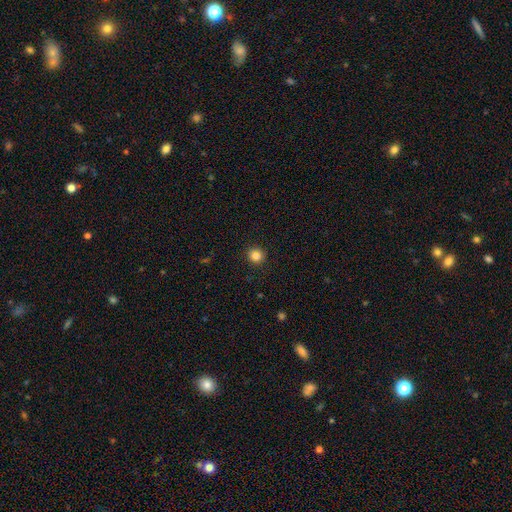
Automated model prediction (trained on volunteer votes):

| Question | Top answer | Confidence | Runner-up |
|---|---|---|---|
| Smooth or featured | smooth | 83% | star or artifact (11%) |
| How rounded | round | 93% | in between (6%) |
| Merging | none | 92% | minor disturbance (5%) |